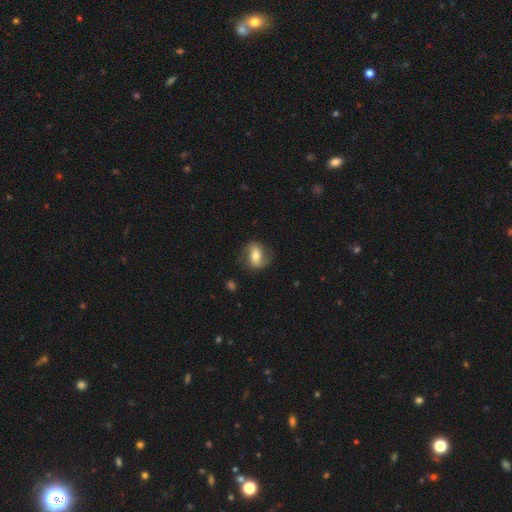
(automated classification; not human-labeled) Smooth or featured? Predicted: smooth (p=0.55). How rounded? Predicted: in between (p=0.66). Merging? Predicted: none (p=0.73).